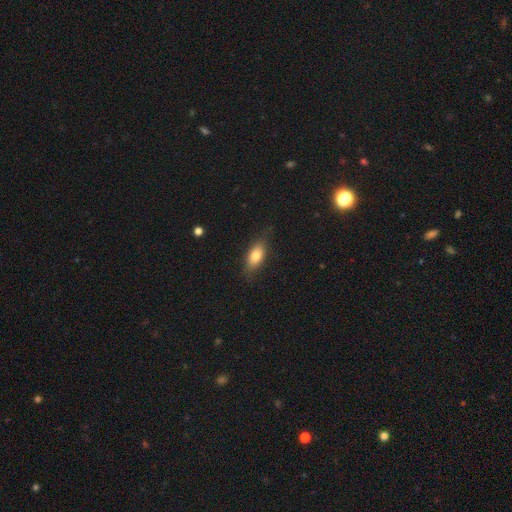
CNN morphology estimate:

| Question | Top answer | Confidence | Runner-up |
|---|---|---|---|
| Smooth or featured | smooth | 77% | featured or disk (16%) |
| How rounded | in between | 81% | cigar-shaped (14%) |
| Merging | none | 76% | minor disturbance (18%) |